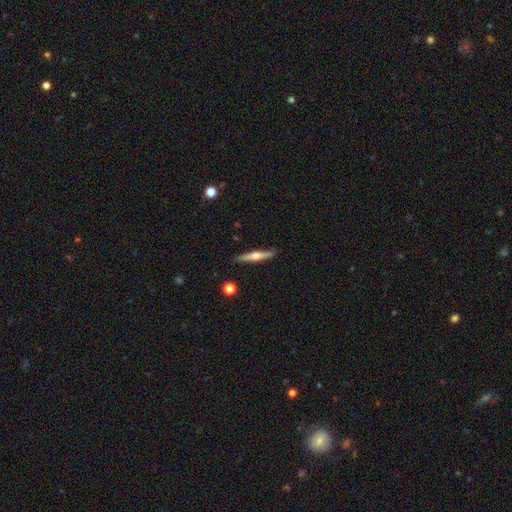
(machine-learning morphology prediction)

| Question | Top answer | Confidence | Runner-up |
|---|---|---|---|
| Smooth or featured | featured or disk | 63% | smooth (31%) |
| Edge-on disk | yes | 97% | no (3%) |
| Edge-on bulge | rounded | 90% | boxy (5%) |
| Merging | none | 89% | minor disturbance (8%) |